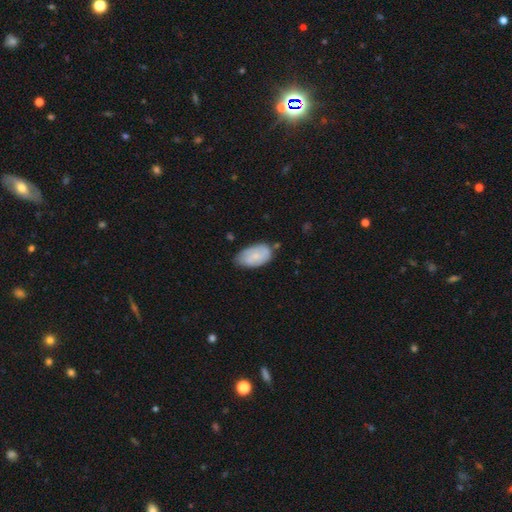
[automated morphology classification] smooth-or-featured: smooth: 60% | featured or disk: 33% | star or artifact: 6%
  how-rounded: in between: 93% | round: 4% | cigar-shaped: 2%
  merging: none: 57% | minor disturbance: 32% | major disturbance: 7% | merger: 3%